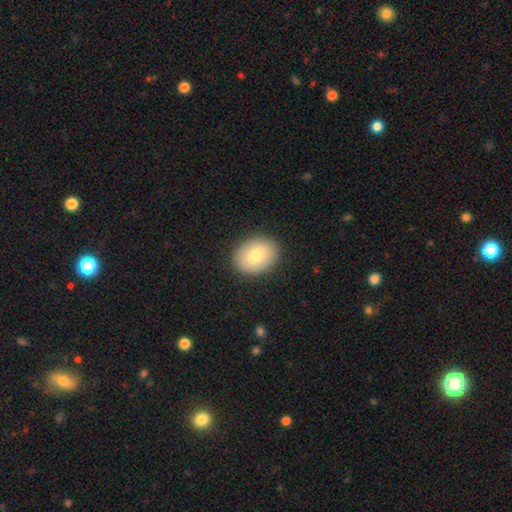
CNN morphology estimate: Overall: smooth (79%). How rounded: in between (60%; round 39%). Merging: none (89%).